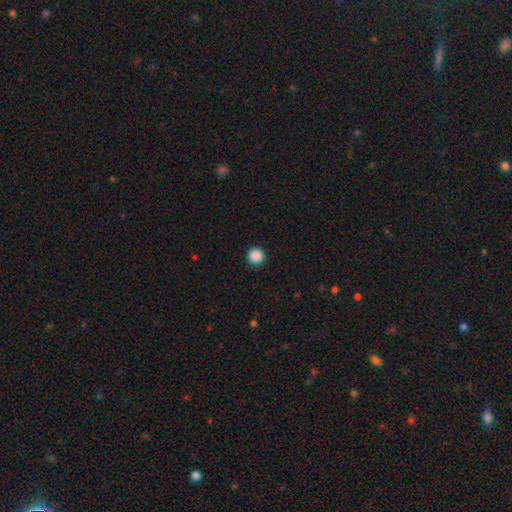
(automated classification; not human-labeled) Smooth or featured?
  - smooth: 89% *
  - star or artifact: 9%
  - featured or disk: 2%
How rounded?
  - round: 96% *
  - in between: 3%
  - cigar-shaped: 1%
Merging?
  - none: 93% *
  - minor disturbance: 5%
  - major disturbance: 2%
  - merger: 1%